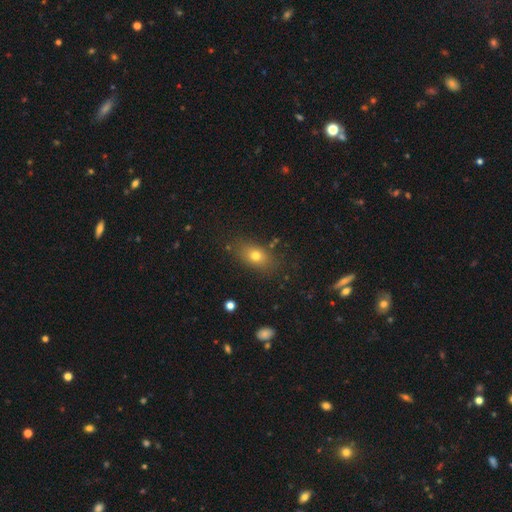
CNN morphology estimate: Smooth or featured?
  - smooth: 74% *
  - featured or disk: 14%
  - star or artifact: 13%
How rounded?
  - in between: 74% *
  - round: 22%
  - cigar-shaped: 4%
Merging?
  - none: 80% *
  - minor disturbance: 13%
  - major disturbance: 5%
  - merger: 2%